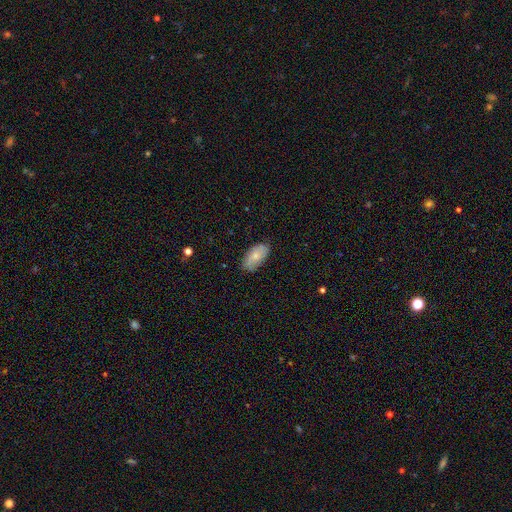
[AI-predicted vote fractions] Smooth or featured: smooth — 63% (featured or disk — 31%)
How rounded: in between — 93% (round — 4%)
Merging: none — 73% (minor disturbance — 21%)